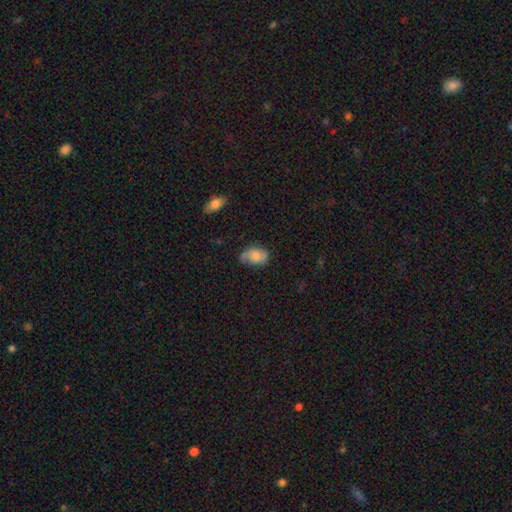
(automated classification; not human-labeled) Smooth or featured? Predicted: smooth (p=0.63). How rounded? Predicted: in between (p=0.85). Merging? Predicted: none (p=0.53).